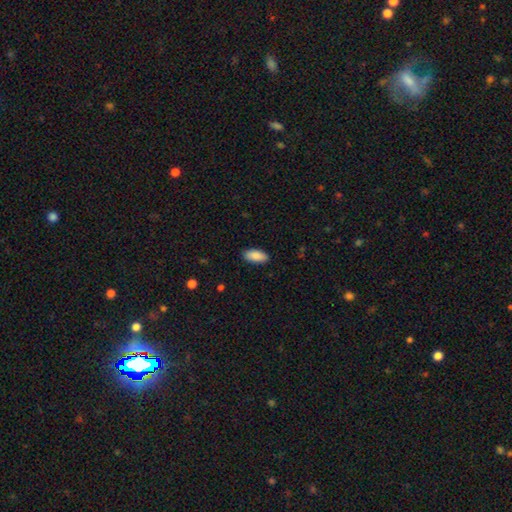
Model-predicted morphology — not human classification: smooth-or-featured: smooth: 89% | star or artifact: 6% | featured or disk: 5%
  how-rounded: in between: 91% | cigar-shaped: 7% | round: 2%
  merging: none: 89% | minor disturbance: 8% | major disturbance: 2% | merger: 1%